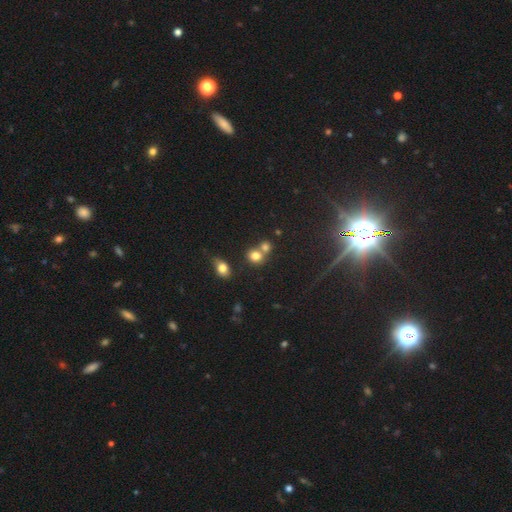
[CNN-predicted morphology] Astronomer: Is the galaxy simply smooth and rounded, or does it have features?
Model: smooth — 76%.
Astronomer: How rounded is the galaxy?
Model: round — 74%.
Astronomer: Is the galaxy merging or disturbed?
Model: merger — 46% (runner-up: none, 44%).